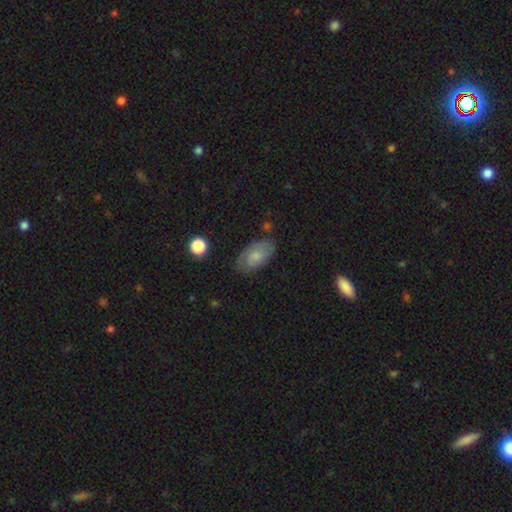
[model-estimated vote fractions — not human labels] This appears to be a smooth galaxy with no disk features (64%) that is in between round and cigar-shaped (93%). Merging: none (73%).